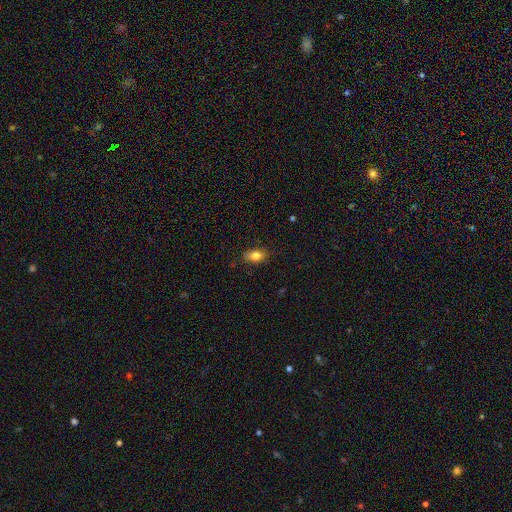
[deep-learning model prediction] Overall: smooth (82%). How rounded: in between (84%). Merging: none (82%).